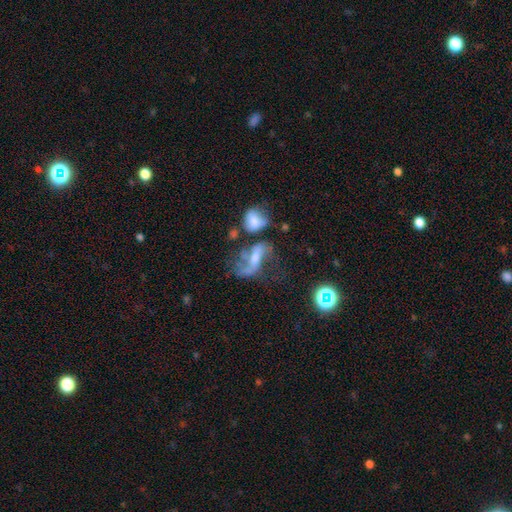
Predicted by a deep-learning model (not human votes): This is likely a featured or disk galaxy (66%). It is clearly not viewed edge-on (95%). Bar: marginally weak (40%). Spiral arm pattern: likely yes (79%). Central bulge: marginally moderate (42%). Merging: marginally major disturbance (31%).